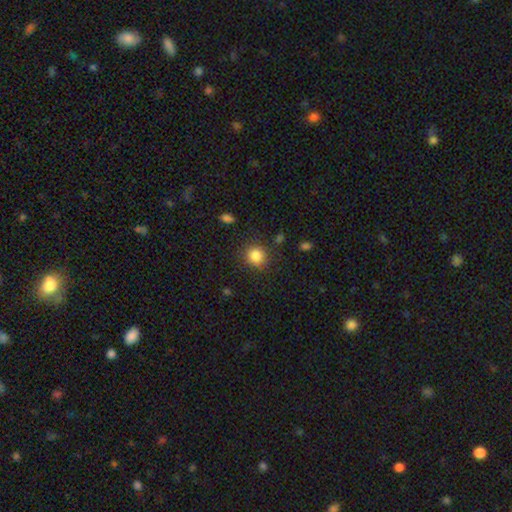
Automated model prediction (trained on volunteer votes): Morphology: type=smooth (84%); roundness=round (89%); merging=none (84%).